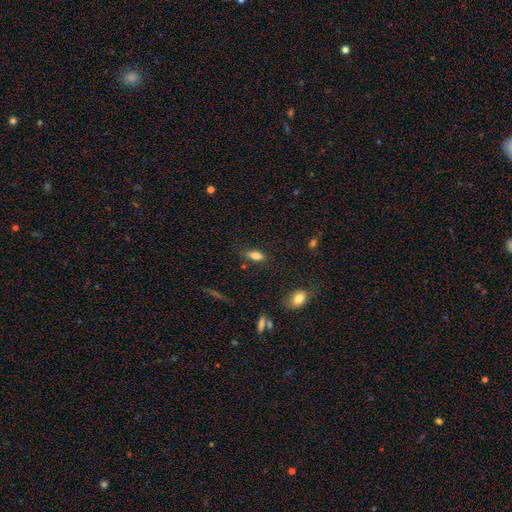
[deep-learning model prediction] smooth_or_featured: smooth (p=0.82) [alt: star or artifact p=0.09]
how_rounded: in between (p=0.83) [alt: cigar-shaped p=0.13]
merging: none (p=0.77) [alt: minor disturbance p=0.16]